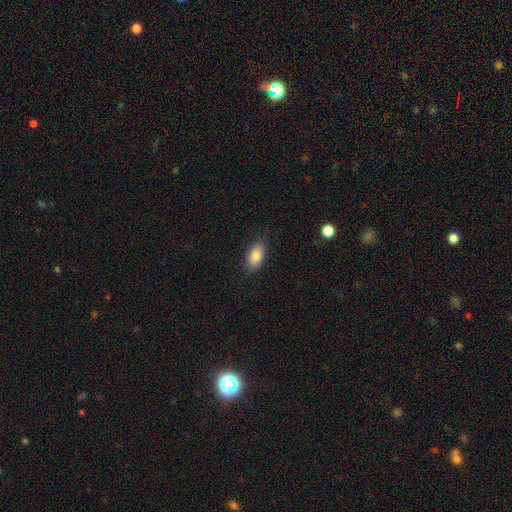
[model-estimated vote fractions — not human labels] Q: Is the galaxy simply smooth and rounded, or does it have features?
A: smooth — 84%.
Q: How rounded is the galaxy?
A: in between — 90%.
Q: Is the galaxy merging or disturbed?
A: none — 84%.